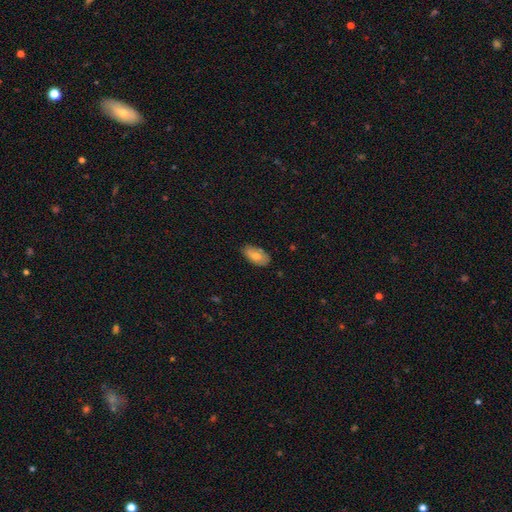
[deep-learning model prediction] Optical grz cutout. It shows a smooth galaxy with no disk features (70%) that is in between round and cigar-shaped (93%). Merging: none (79%).